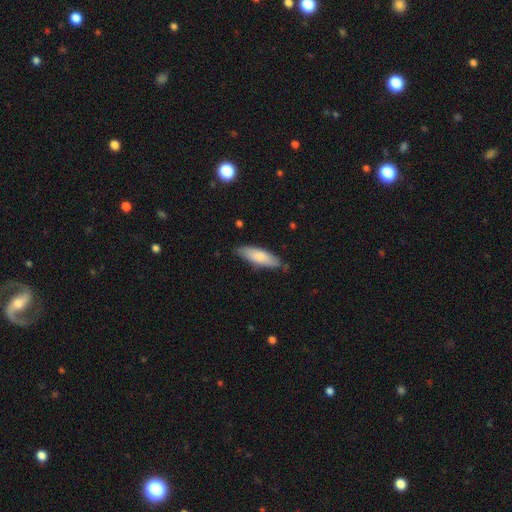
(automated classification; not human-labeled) smooth-or-featured: smooth: 73% | featured or disk: 21% | star or artifact: 6%
  how-rounded: cigar-shaped: 53% | in between: 46% | round: 2%
  merging: none: 80% | minor disturbance: 16% | major disturbance: 2% | merger: 1%